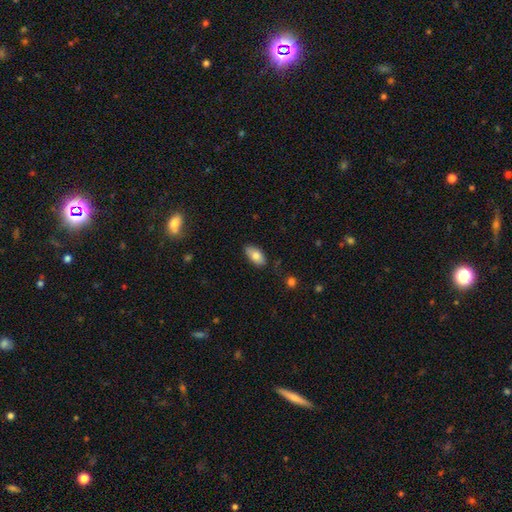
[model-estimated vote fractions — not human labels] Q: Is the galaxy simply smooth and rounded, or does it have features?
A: smooth — 79%.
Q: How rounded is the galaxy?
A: in between — 92%.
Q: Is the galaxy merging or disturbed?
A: none — 78%.